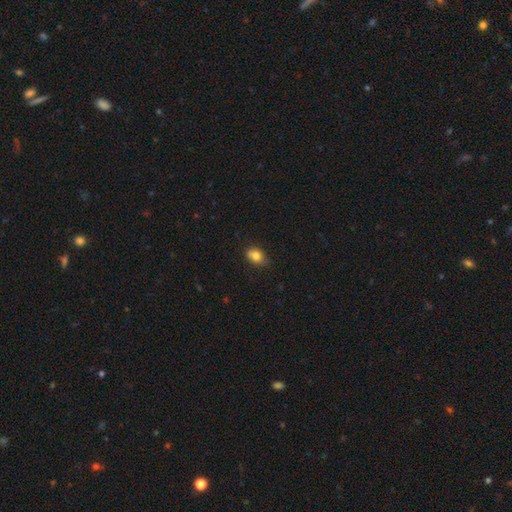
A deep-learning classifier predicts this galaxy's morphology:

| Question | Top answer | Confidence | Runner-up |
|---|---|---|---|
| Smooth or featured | smooth | 79% | featured or disk (11%) |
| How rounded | in between | 69% | round (29%) |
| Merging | none | 66% | minor disturbance (26%) |